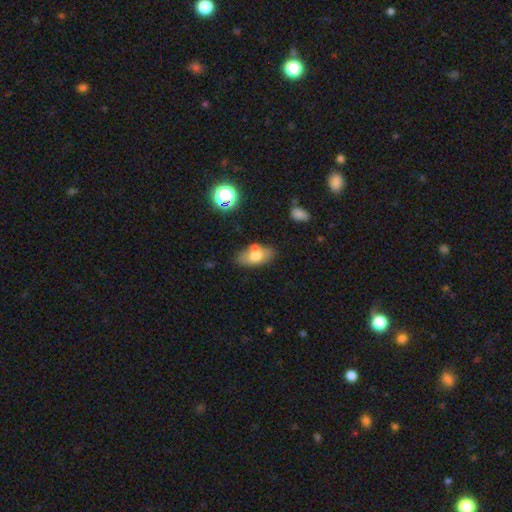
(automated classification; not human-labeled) This is likely a smooth galaxy (69%). How rounded: clearly in between (90%). Merging: likely none (65%).